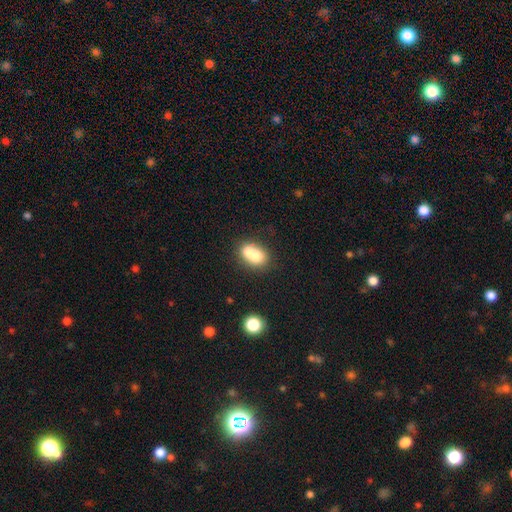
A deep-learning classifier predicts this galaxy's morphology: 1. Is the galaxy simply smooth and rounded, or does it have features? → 68% smooth, 22% featured or disk, 10% star or artifact.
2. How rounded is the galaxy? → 58% in between, 40% round, 2% cigar-shaped.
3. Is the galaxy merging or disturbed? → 60% merger, 27% none, 9% minor disturbance, 4% major disturbance.